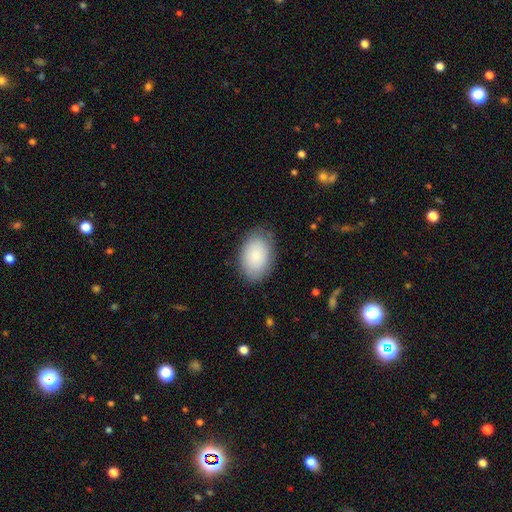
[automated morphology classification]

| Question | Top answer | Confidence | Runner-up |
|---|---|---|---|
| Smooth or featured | smooth | 84% | featured or disk (10%) |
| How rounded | in between | 91% | round (8%) |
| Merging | none | 79% | minor disturbance (16%) |